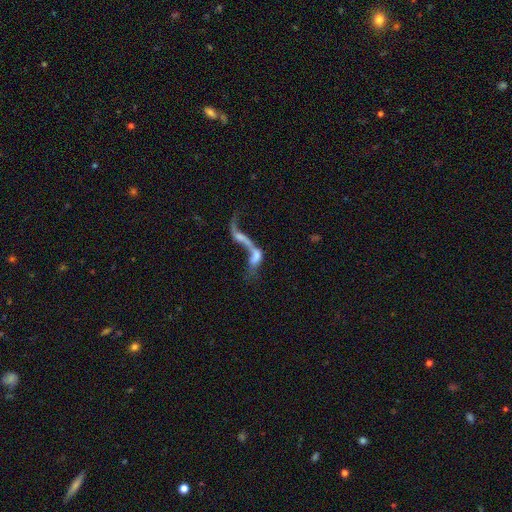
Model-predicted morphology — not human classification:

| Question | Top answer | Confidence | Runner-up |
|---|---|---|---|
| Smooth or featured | featured or disk | 62% | smooth (27%) |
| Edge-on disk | no | 90% | yes (10%) |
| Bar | no | 64% | weak (24%) |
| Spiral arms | no | 52% | yes (48%) |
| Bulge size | none | 49% | small (23%) |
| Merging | merger | 66% | major disturbance (17%) |